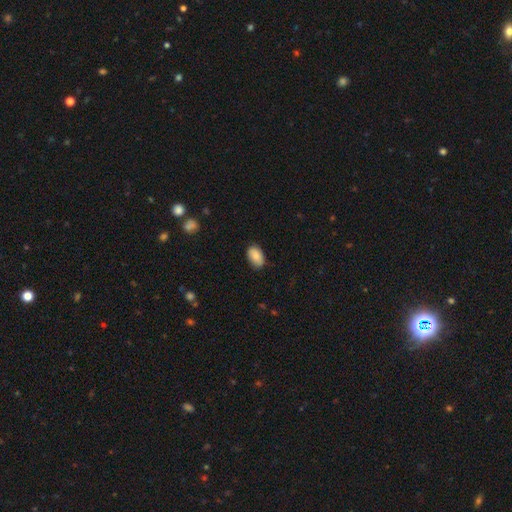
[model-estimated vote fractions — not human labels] smooth_or_featured: smooth (p=0.84) [alt: featured or disk p=0.09]
how_rounded: in between (p=0.91) [alt: round p=0.08]
merging: none (p=0.83) [alt: minor disturbance p=0.14]